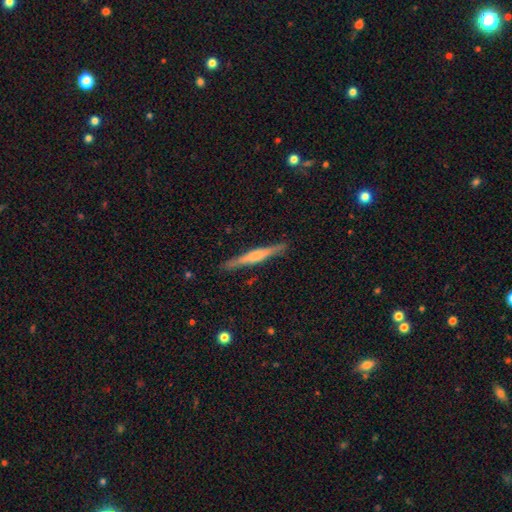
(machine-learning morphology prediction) This is likely a featured or disk galaxy (61%). It is clearly viewed edge-on (98%). Edge-on bulge: likely rounded (60%). Merging: clearly none (90%).